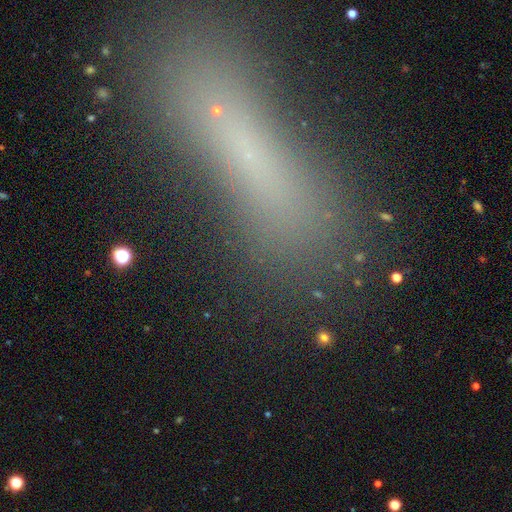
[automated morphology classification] This appears to be a smooth galaxy with no disk features (41%). Merging: none (76%).